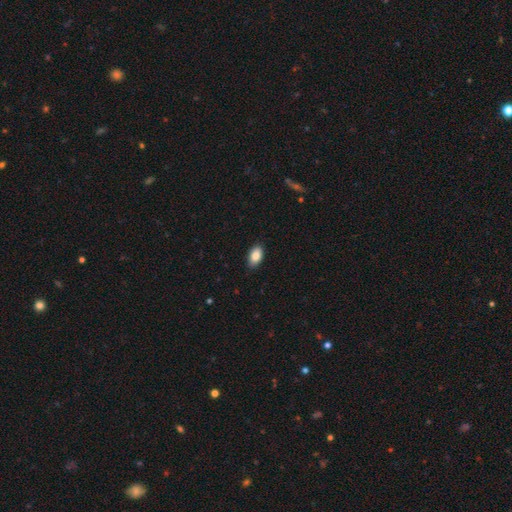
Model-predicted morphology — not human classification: A smooth galaxy with no disk features (86%) that is in between round and cigar-shaped (93%).

Vote fractions:
- Smooth or featured? smooth: 86% / star or artifact: 7% / featured or disk: 6%
- How rounded? in between: 93% / round: 5% / cigar-shaped: 2%
- Merging? none: 87% / minor disturbance: 10% / major disturbance: 2% / merger: 1%